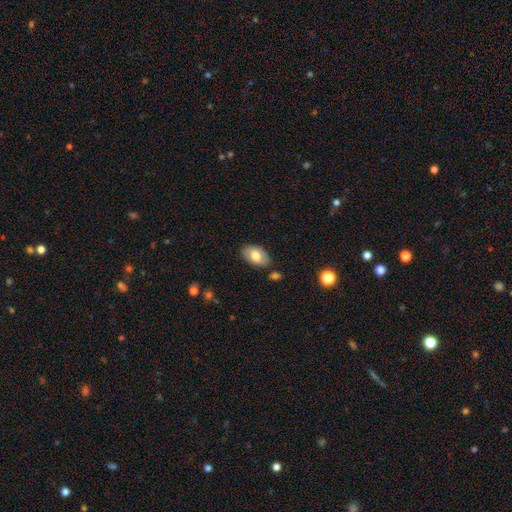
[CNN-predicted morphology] Smooth or featured? smooth (71%)
How rounded? in between (93%)
Merging? none (82%)